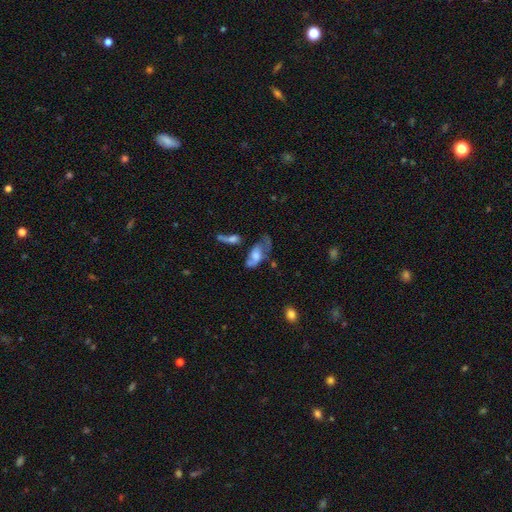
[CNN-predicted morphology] Smooth or featured: featured or disk — 50% (smooth — 42%)
Merging: major disturbance — 33% (none — 28%)